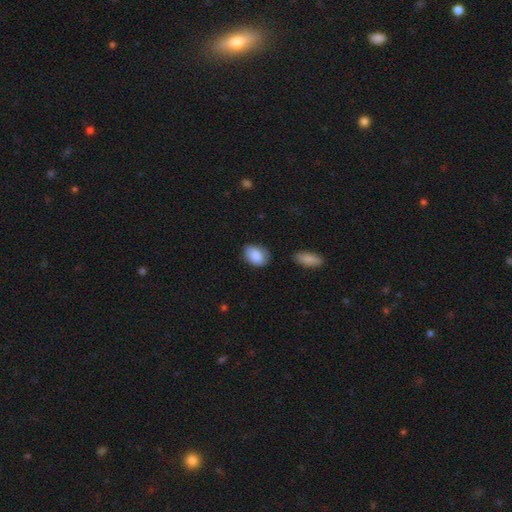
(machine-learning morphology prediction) smooth-or-featured: smooth: 84% | featured or disk: 9% | star or artifact: 6%
  how-rounded: in between: 79% | round: 20% | cigar-shaped: 1%
  merging: none: 72% | minor disturbance: 21% | major disturbance: 4% | merger: 3%